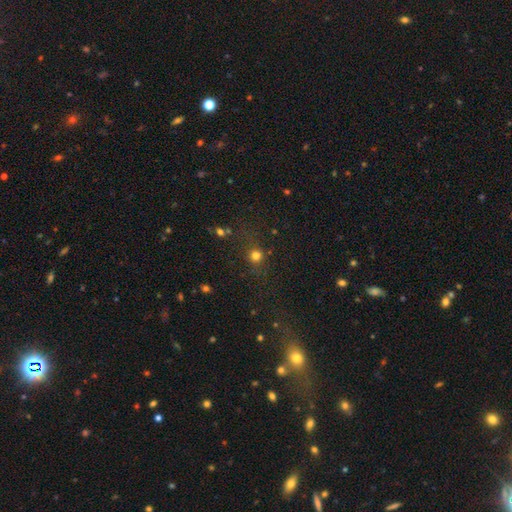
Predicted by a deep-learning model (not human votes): Overall: smooth (70%). How rounded: round (88%). Merging: none (76%).